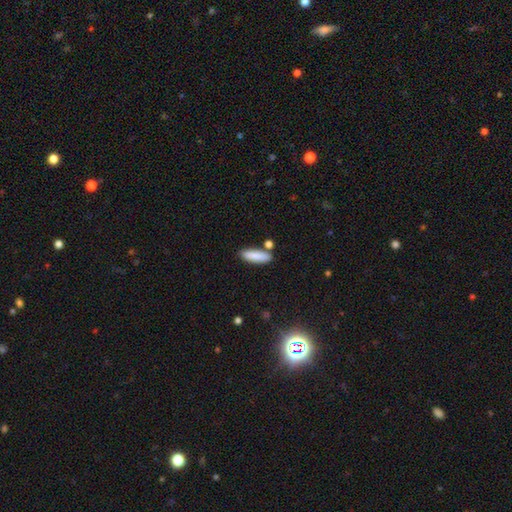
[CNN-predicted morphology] This appears to be a smooth galaxy with no disk features (87%) that is cigar-shaped (57%). Merging: none (80%).